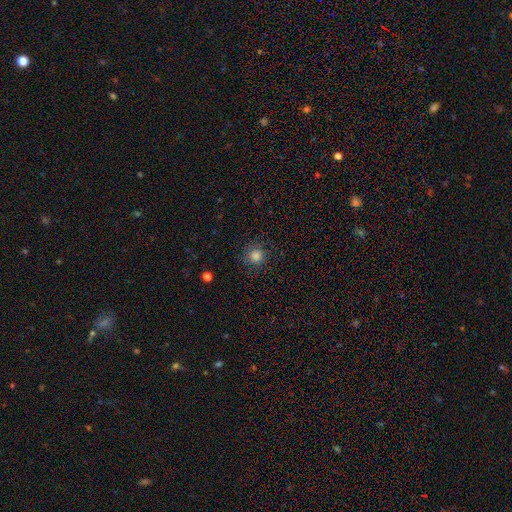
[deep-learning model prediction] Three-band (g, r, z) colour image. It shows a smooth galaxy with no disk features (81%) that is round (92%). Merging: none (85%).